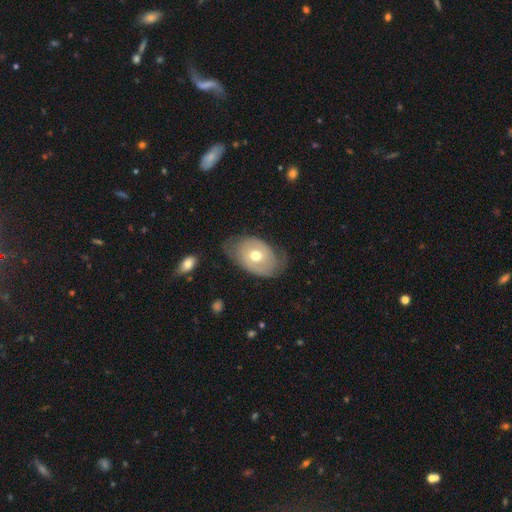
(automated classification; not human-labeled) smooth_or_featured: featured or disk (p=0.52) [alt: smooth p=0.41]
disk_edge_on: no (p=0.93) [alt: yes p=0.07]
merging: none (p=0.60) [alt: minor disturbance p=0.27]